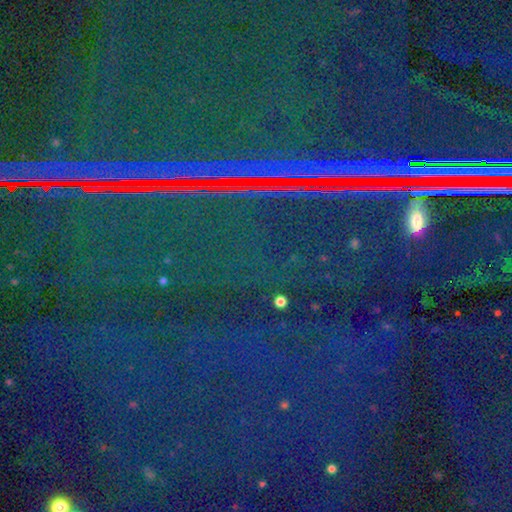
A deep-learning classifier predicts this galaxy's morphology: Smooth or featured? Predicted: star or artifact (p=0.87).